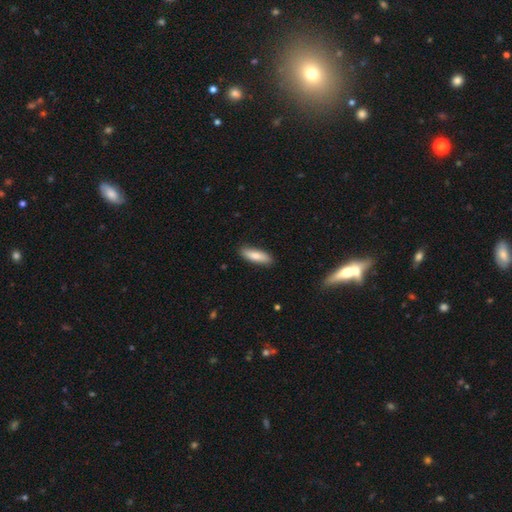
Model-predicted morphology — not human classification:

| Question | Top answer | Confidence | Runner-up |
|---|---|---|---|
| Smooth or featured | smooth | 82% | featured or disk (12%) |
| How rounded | cigar-shaped | 54% | in between (45%) |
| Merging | none | 88% | minor disturbance (9%) |